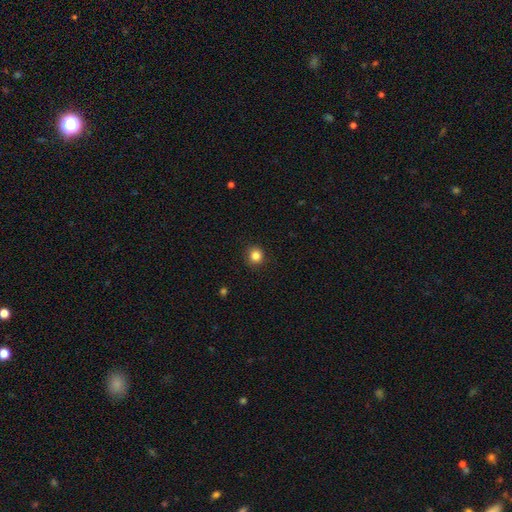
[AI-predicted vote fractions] A smooth galaxy with no disk features (84%) that is round (91%). Merging: none (90%).